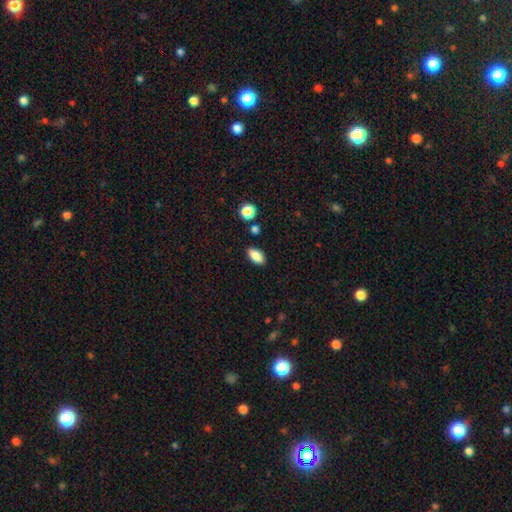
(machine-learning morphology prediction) smooth-or-featured: smooth: 86% | star or artifact: 8% | featured or disk: 6%
  how-rounded: in between: 91% | cigar-shaped: 5% | round: 4%
  merging: none: 87% | minor disturbance: 9% | merger: 2% | major disturbance: 2%